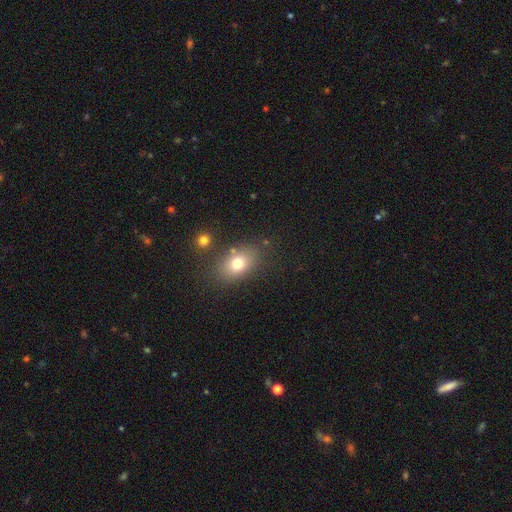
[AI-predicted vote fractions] Morphology: type=smooth (68%); roundness=in between (66%); merging=none (79%).